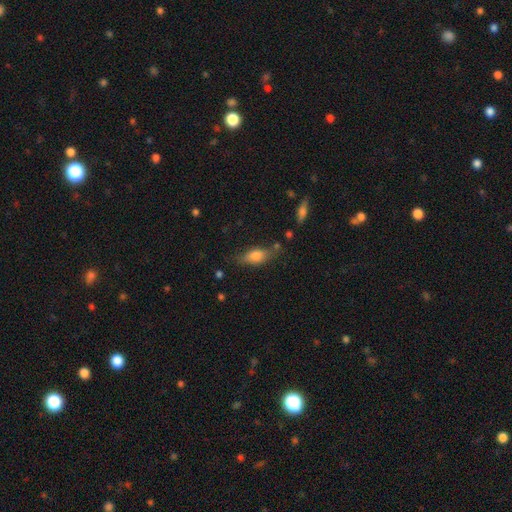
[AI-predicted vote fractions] The model was most divided on "smooth or featured": smooth: 68%, featured or disk: 24%, star or artifact: 8%. More confident: how rounded — in between (72%); merging — none (66%).